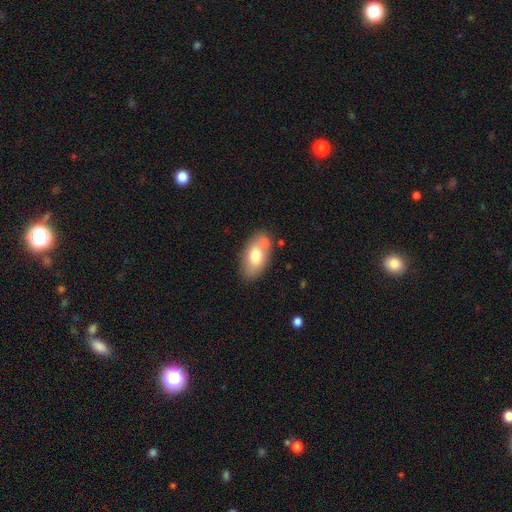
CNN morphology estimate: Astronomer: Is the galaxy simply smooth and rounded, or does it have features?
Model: smooth — 71%.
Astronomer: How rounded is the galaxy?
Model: in between — 91%.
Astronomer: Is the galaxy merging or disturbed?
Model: none — 62%.